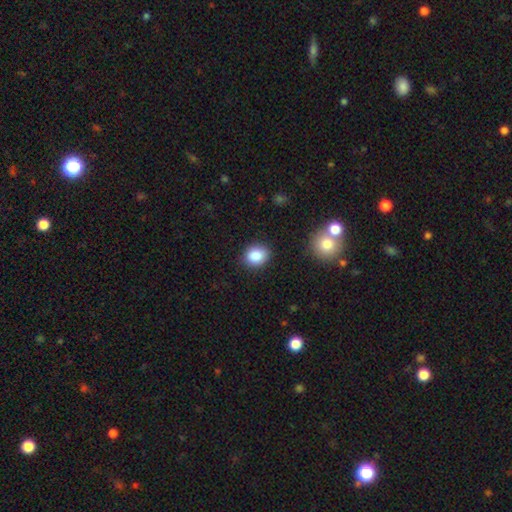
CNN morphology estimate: A smooth galaxy with no disk features (86%) that is round (65%). Merging: none (87%).